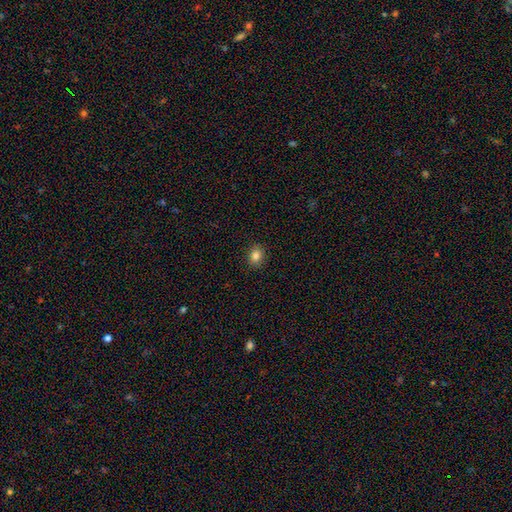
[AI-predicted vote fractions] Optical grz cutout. It shows a smooth galaxy with no disk features (84%) that is round (55%). Merging: none (90%).